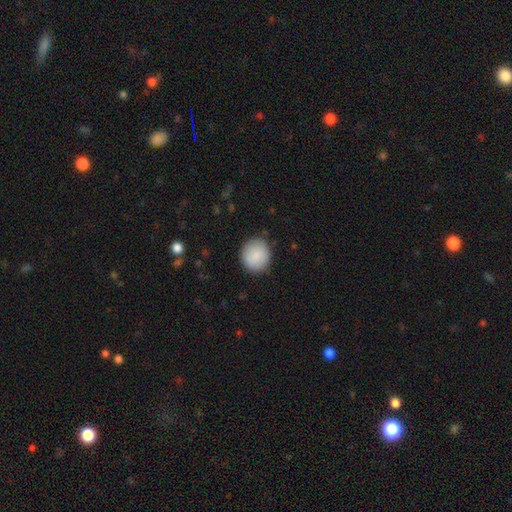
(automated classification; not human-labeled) Smooth or featured?
  - smooth: 87% *
  - star or artifact: 7%
  - featured or disk: 7%
How rounded?
  - round: 86% *
  - in between: 13%
  - cigar-shaped: 1%
Merging?
  - none: 87% *
  - minor disturbance: 10%
  - major disturbance: 3%
  - merger: 1%